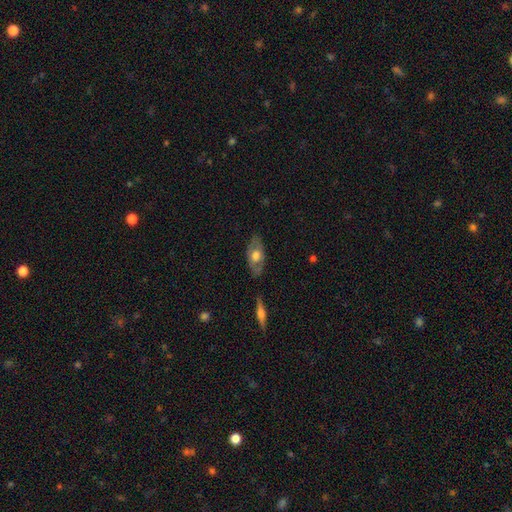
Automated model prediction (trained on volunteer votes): Smooth or featured? smooth (48%)
Merging? none (77%)